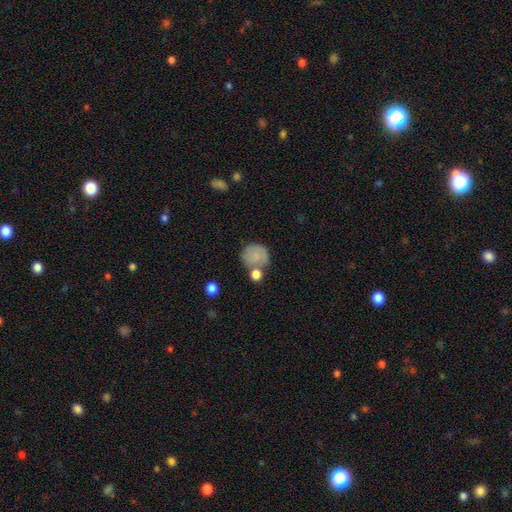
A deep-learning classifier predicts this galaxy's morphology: The model was most divided on "merging": none: 53%, merger: 20%, minor disturbance: 19%, major disturbance: 7%. More confident: how rounded — round (84%); smooth or featured — smooth (76%).